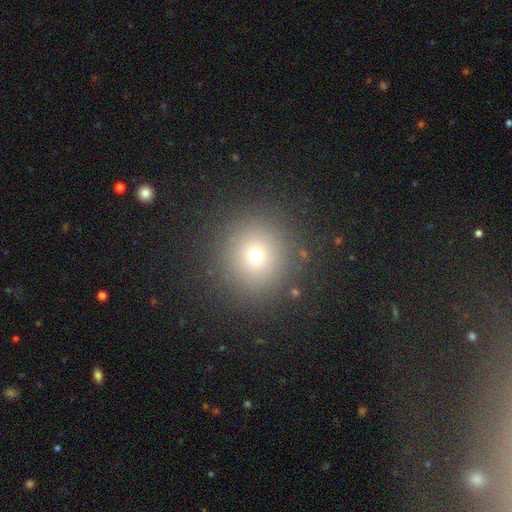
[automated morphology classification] A smooth galaxy with no disk features (69%) that is round (93%).

Vote fractions:
- Smooth or featured? smooth: 69% / star or artifact: 21% / featured or disk: 10%
- How rounded? round: 93% / in between: 6% / cigar-shaped: 1%
- Merging? none: 89% / minor disturbance: 6% / major disturbance: 3% / merger: 2%